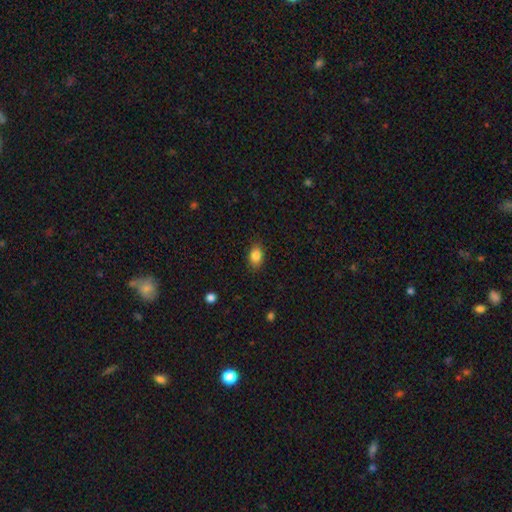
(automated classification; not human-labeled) Smooth or featured: smooth — 86% (star or artifact — 9%)
How rounded: in between — 82% (round — 16%)
Merging: none — 84% (minor disturbance — 12%)